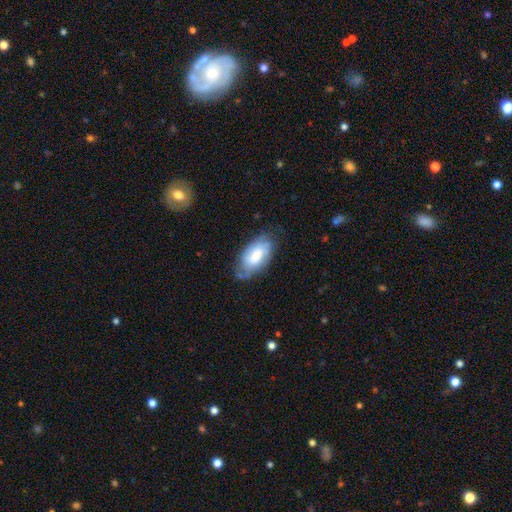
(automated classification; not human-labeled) smooth 51%, featured or disk 42%, star or artifact 7%. Down the decision tree: how rounded — in between (93%); merging — none (60%).